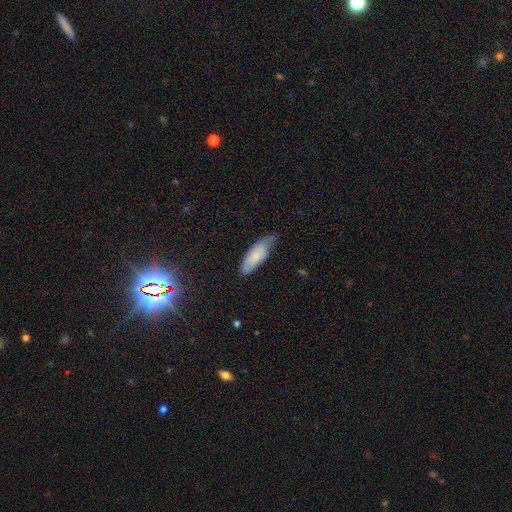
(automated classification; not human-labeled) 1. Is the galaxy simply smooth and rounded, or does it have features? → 75% smooth, 19% featured or disk, 7% star or artifact.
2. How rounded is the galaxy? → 62% in between, 36% cigar-shaped, 2% round.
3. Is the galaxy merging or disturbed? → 57% none, 34% minor disturbance, 7% major disturbance, 2% merger.